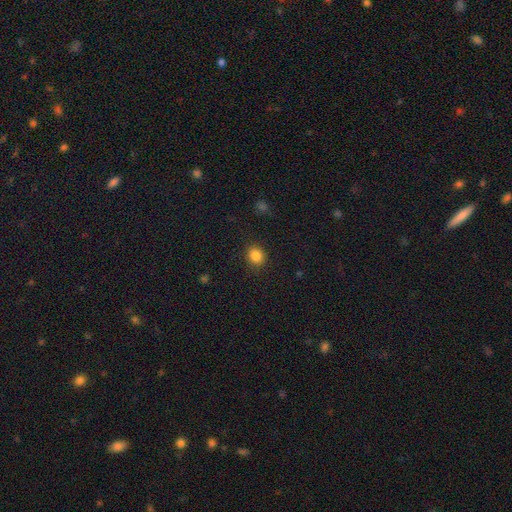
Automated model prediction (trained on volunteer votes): smooth_or_featured: smooth (p=0.85) [alt: star or artifact p=0.11]
how_rounded: round (p=0.72) [alt: in between p=0.27]
merging: none (p=0.88) [alt: minor disturbance p=0.08]